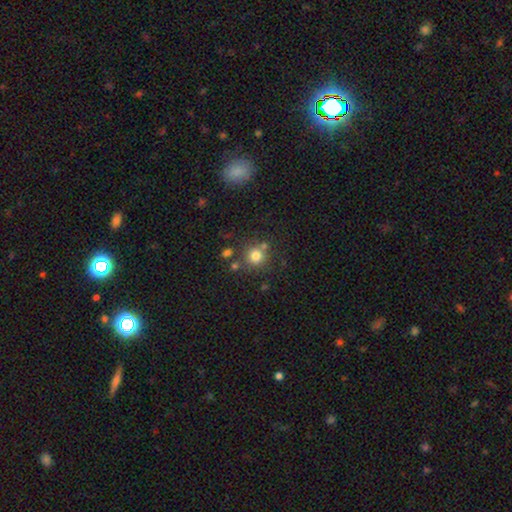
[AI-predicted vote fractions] smooth_or_featured: smooth (p=0.77) [alt: star or artifact p=0.14]
how_rounded: round (p=0.91) [alt: in between p=0.08]
merging: none (p=0.72) [alt: merger p=0.14]